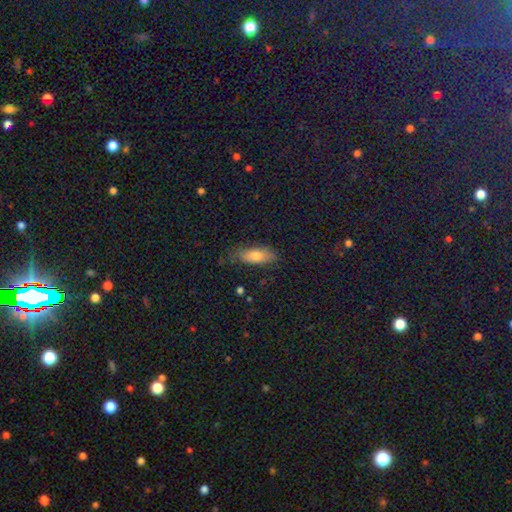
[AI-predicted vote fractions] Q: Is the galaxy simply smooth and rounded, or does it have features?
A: smooth — 75%.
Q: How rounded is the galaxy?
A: in between — 75%.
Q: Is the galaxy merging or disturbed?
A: none — 76%.